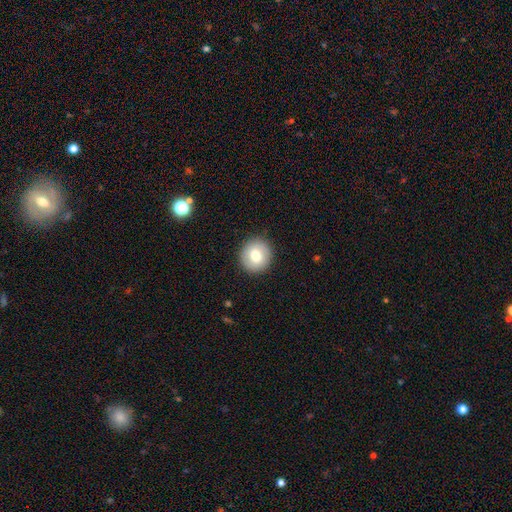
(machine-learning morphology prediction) A smooth galaxy with no disk features (75%) that is round (90%). Merging: none (91%).